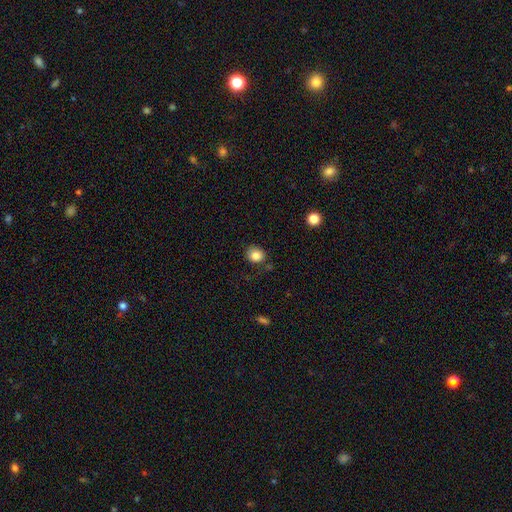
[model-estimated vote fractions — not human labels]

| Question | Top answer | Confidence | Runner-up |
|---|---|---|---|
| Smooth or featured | smooth | 84% | star or artifact (10%) |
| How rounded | round | 74% | in between (25%) |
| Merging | none | 76% | minor disturbance (16%) |